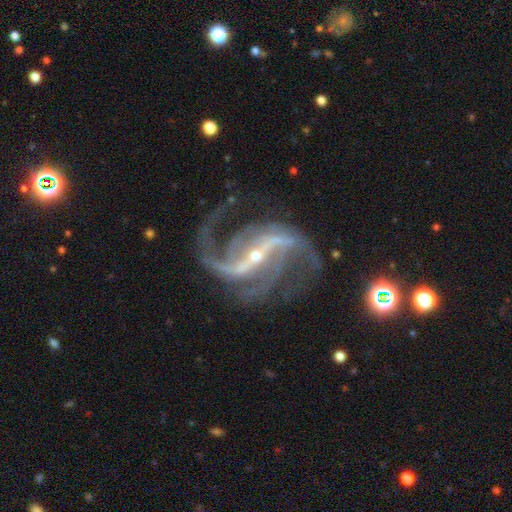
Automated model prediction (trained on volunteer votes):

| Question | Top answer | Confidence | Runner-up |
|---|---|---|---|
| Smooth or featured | featured or disk | 93% | star or artifact (5%) |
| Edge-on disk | no | 97% | yes (3%) |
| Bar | strong | 73% | weak (19%) |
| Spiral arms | yes | 98% | no (2%) |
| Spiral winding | loose | 47% | medium (43%) |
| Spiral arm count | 2 | 58% | 3 (21%) |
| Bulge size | small | 80% | moderate (17%) |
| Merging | none | 67% | major disturbance (16%) |